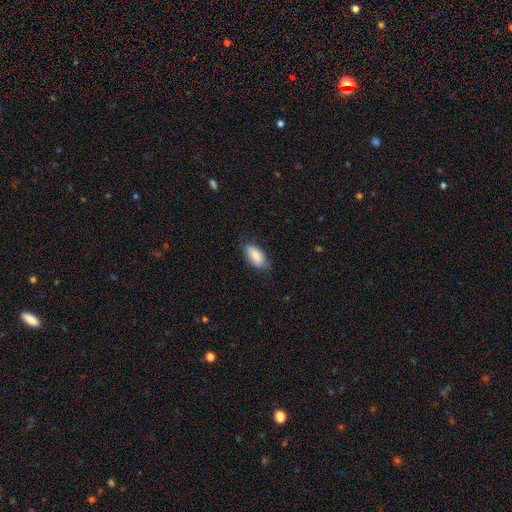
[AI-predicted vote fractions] The model was most divided on "merging": none: 74%, minor disturbance: 21%, major disturbance: 5%, merger: 1%. More confident: how rounded — in between (90%); smooth or featured — smooth (84%).